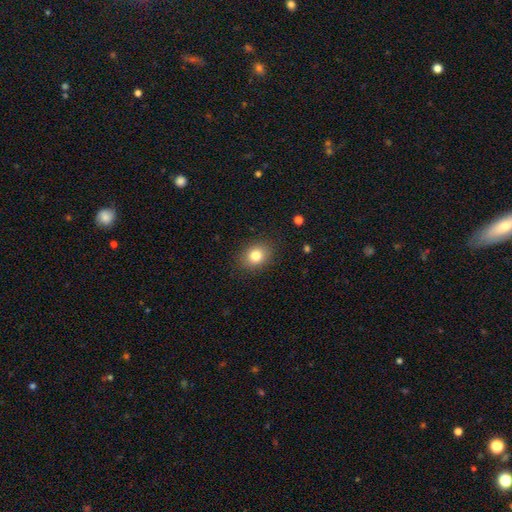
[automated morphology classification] smooth 81%, star or artifact 11%, featured or disk 8%. Down the decision tree: how rounded — round (53%); merging — none (88%).